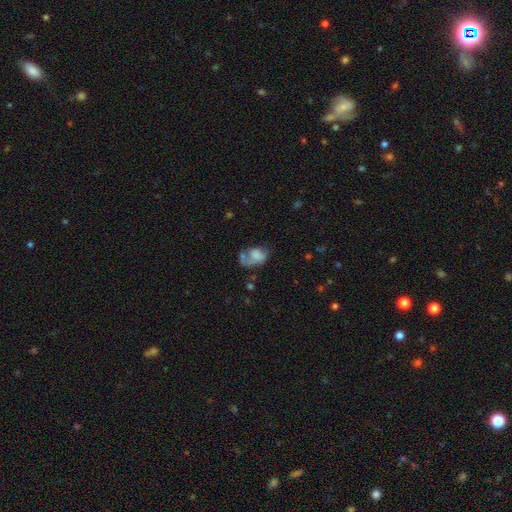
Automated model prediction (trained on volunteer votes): This is possibly a smooth galaxy (58%). How rounded: likely in between (80%). Merging: marginally major disturbance (35%).